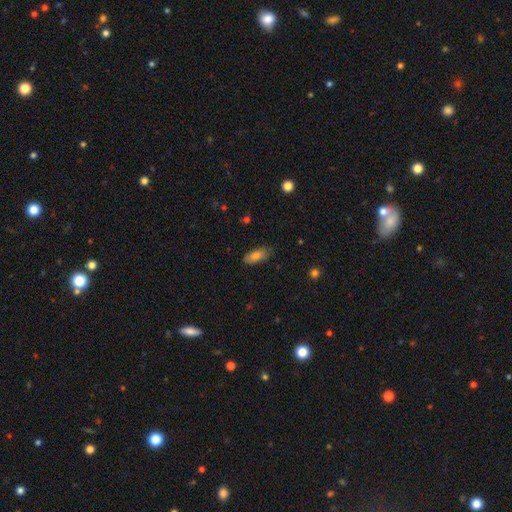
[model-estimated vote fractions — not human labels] smooth 81%, featured or disk 12%, star or artifact 7%. Down the decision tree: how rounded — in between (82%); merging — none (78%).